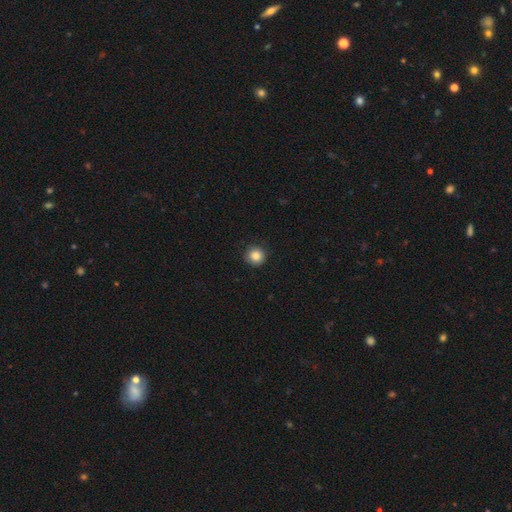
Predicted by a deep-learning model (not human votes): This is clearly a smooth galaxy (86%). How rounded: clearly round (94%). Merging: clearly none (89%).